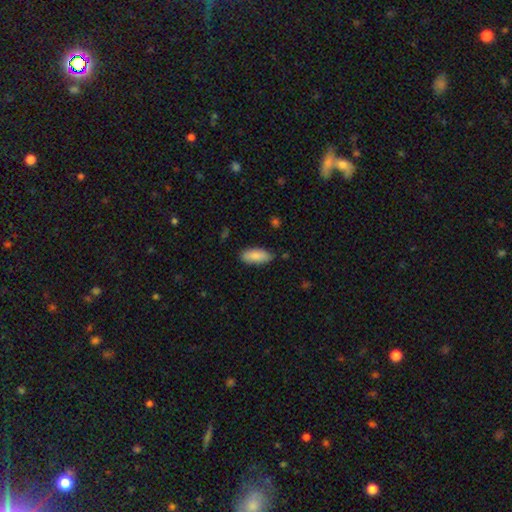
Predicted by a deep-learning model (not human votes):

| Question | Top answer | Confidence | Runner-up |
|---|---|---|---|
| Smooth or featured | smooth | 86% | featured or disk (8%) |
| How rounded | in between | 85% | cigar-shaped (14%) |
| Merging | none | 76% | minor disturbance (19%) |